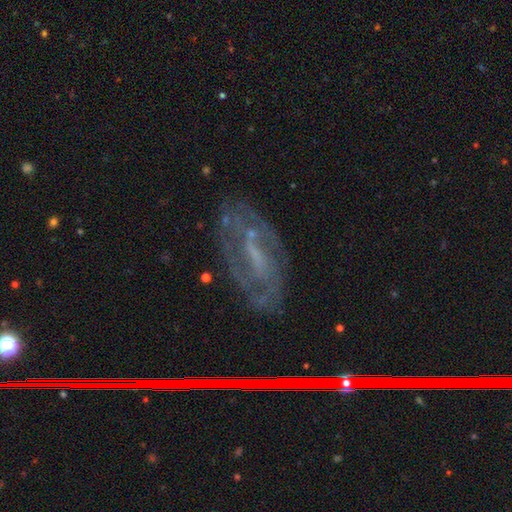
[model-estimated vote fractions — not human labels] Smooth or featured?
  - featured or disk: 70% *
  - smooth: 17%
  - star or artifact: 13%
Edge-on disk?
  - no: 89% *
  - yes: 11%
Bar?
  - weak: 43% *
  - strong: 30%
  - no: 27%
Spiral arms?
  - yes: 74% *
  - no: 26%
Bulge size?
  - none: 43% *
  - small: 34%
  - moderate: 19%
  - large: 3%
  - dominant: 1%
Merging?
  - none: 67% *
  - minor disturbance: 20%
  - major disturbance: 12%
  - merger: 2%